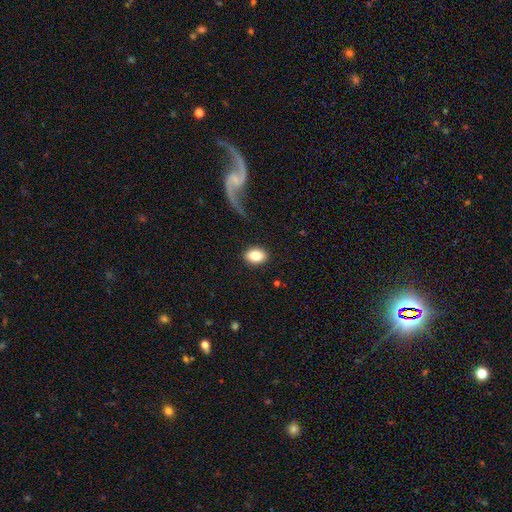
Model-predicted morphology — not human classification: smooth_or_featured: smooth (p=0.82) [alt: featured or disk p=0.11]
how_rounded: in between (p=0.78) [alt: round p=0.20]
merging: none (p=0.87) [alt: minor disturbance p=0.07]